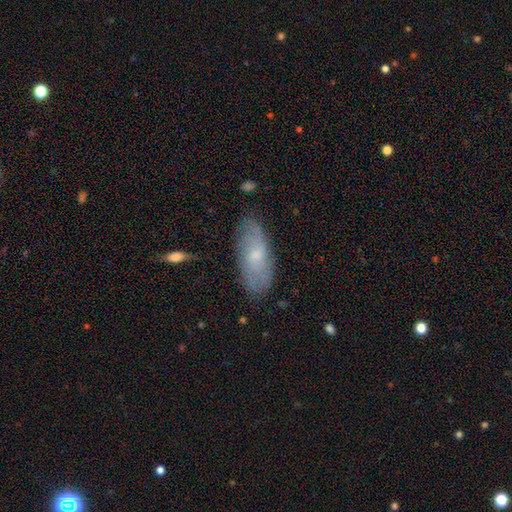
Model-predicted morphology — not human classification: Overall: featured or disk (47%; smooth 46%). Merging: none (77%).